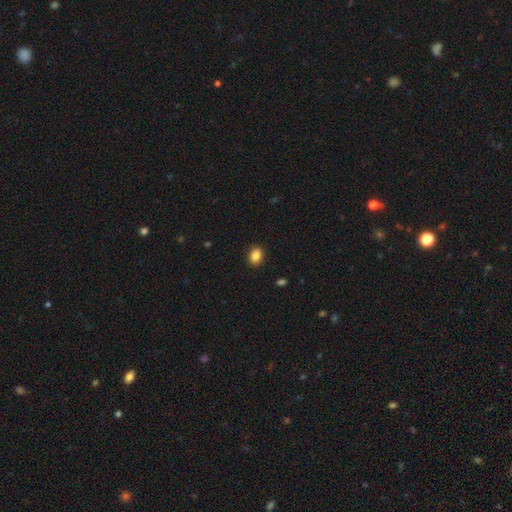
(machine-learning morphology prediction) Smooth or featured? Predicted: smooth (p=0.87). How rounded? Predicted: in between (p=0.60). Merging? Predicted: none (p=0.90).